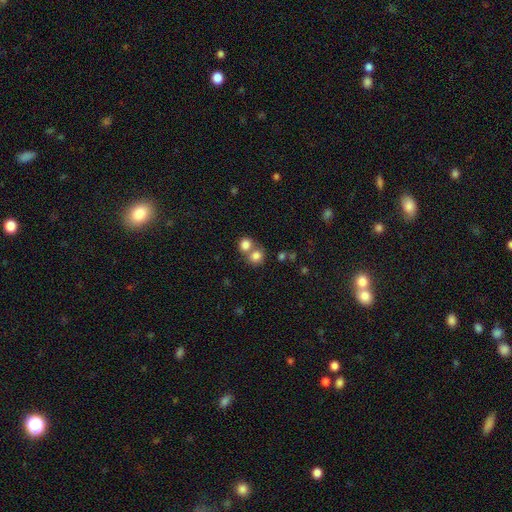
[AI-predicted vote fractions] Q: Smooth or featured?
A: smooth (80%); runner-up: star or artifact (11%)
Q: How rounded?
A: round (74%); runner-up: in between (25%)
Q: Merging?
A: merger (51%); runner-up: none (39%)